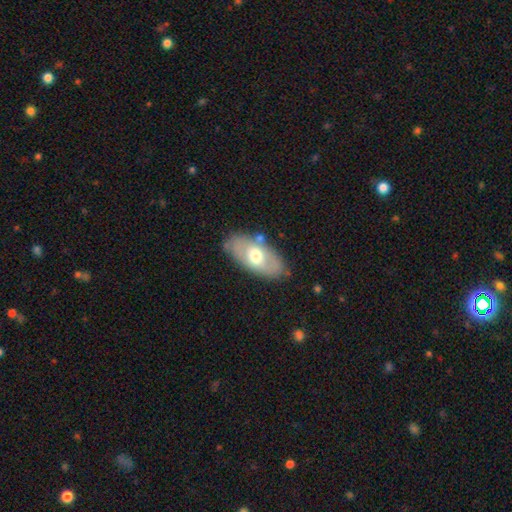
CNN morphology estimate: This is possibly a smooth galaxy (53%). How rounded: clearly in between (92%). Merging: likely none (77%).